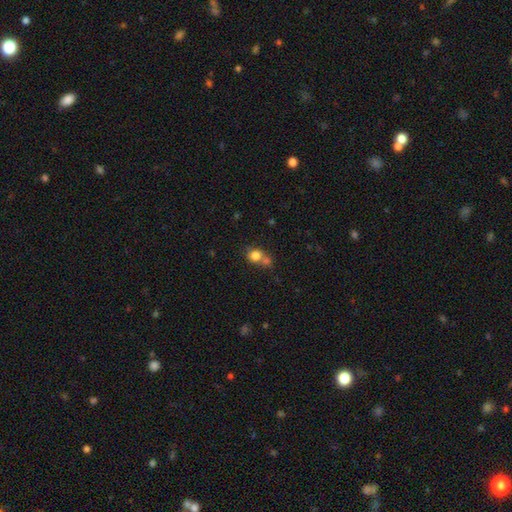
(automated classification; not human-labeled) Q: Smooth or featured?
A: smooth (78%); runner-up: star or artifact (11%)
Q: How rounded?
A: round (75%); runner-up: in between (24%)
Q: Merging?
A: merger (47%); runner-up: none (38%)